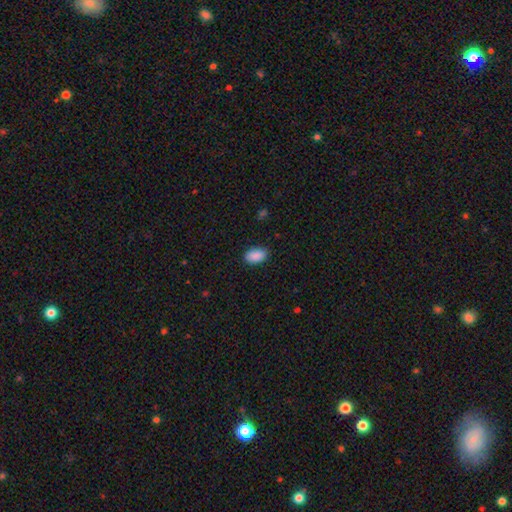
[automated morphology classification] This is clearly a smooth galaxy (90%). How rounded: clearly in between (93%). Merging: clearly none (86%).